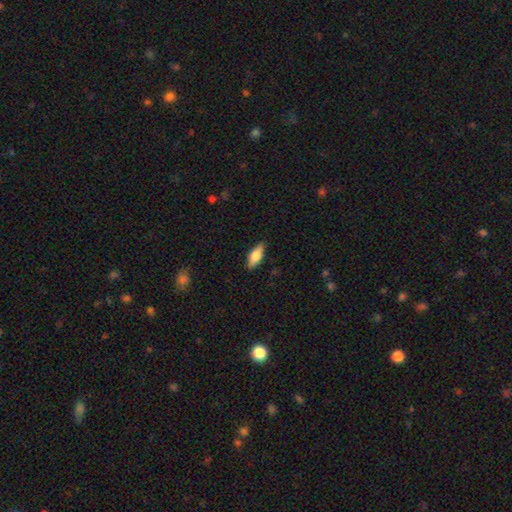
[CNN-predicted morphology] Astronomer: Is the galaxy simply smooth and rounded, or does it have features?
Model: smooth — 67%.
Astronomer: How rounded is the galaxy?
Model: in between — 73%.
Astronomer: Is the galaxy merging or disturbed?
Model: none — 84%.